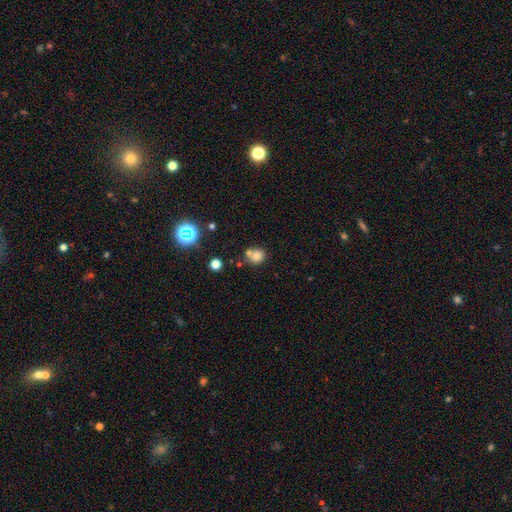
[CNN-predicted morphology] smooth 76%, star or artifact 14%, featured or disk 10%. Down the decision tree: how rounded — round (82%); merging — none (53%).